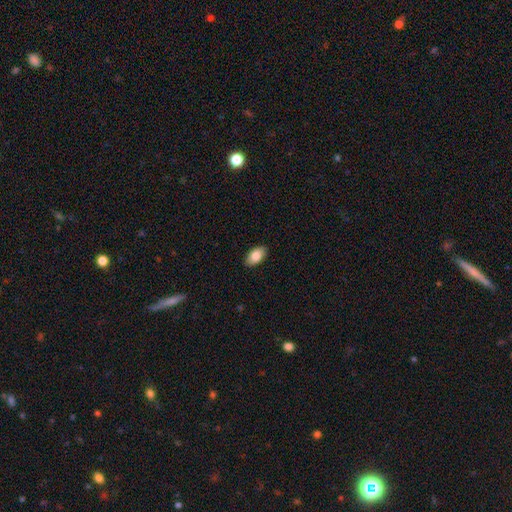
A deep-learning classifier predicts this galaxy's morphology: Smooth or featured? smooth (85%)
How rounded? in between (94%)
Merging? none (89%)